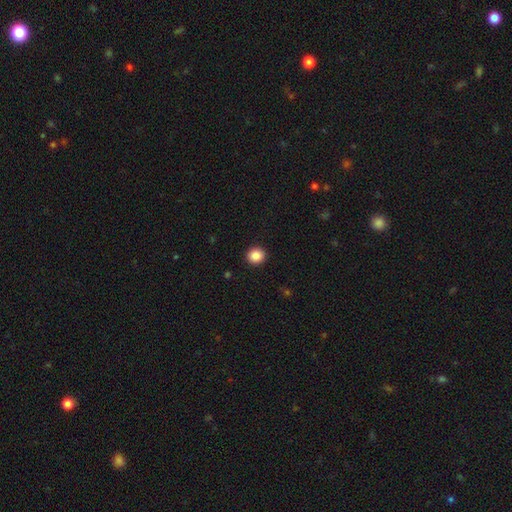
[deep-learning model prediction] The model was most divided on "smooth or featured": smooth: 87%, star or artifact: 9%, featured or disk: 4%. More confident: merging — none (93%); how rounded — round (90%).